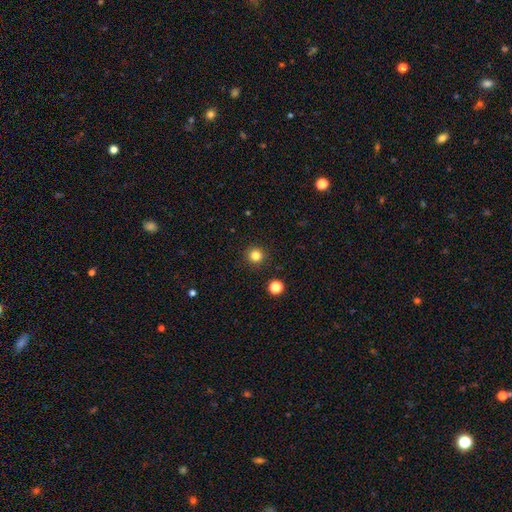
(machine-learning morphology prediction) This appears to be a smooth galaxy with no disk features (82%) that is round (95%). Merging: none (92%).